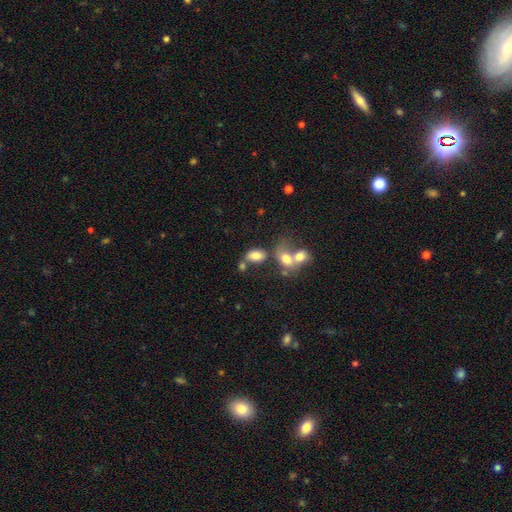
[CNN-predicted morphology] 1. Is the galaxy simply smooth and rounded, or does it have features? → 78% smooth, 12% featured or disk, 10% star or artifact.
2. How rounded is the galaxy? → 89% in between, 9% round, 2% cigar-shaped.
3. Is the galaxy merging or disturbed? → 40% merger (tied), 40% none (tied), 13% minor disturbance, 8% major disturbance.